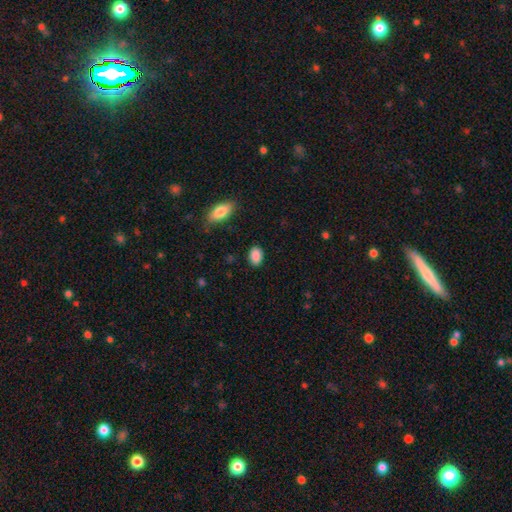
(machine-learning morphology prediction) smooth_or_featured: smooth (p=0.88) [alt: star or artifact p=0.08]
how_rounded: in between (p=0.82) [alt: round p=0.16]
merging: none (p=0.87) [alt: minor disturbance p=0.10]